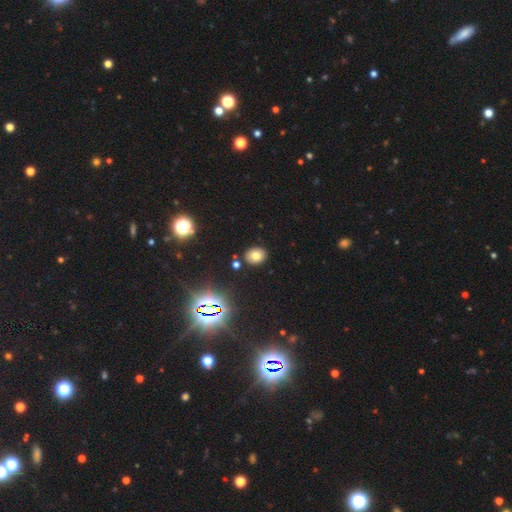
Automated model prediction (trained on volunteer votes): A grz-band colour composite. It shows a smooth galaxy with no disk features (71%) that is round (52%). Merging: none (88%).